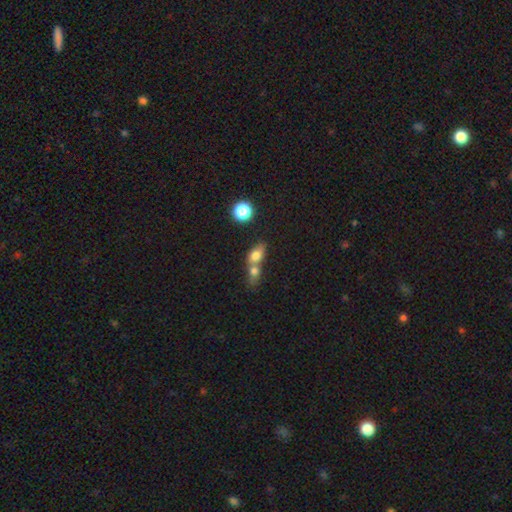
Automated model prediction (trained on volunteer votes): Smooth or featured?
  - smooth: 72% *
  - featured or disk: 16%
  - star or artifact: 12%
How rounded?
  - in between: 63% *
  - round: 30%
  - cigar-shaped: 7%
Merging?
  - merger: 70% *
  - none: 19%
  - minor disturbance: 7%
  - major disturbance: 4%